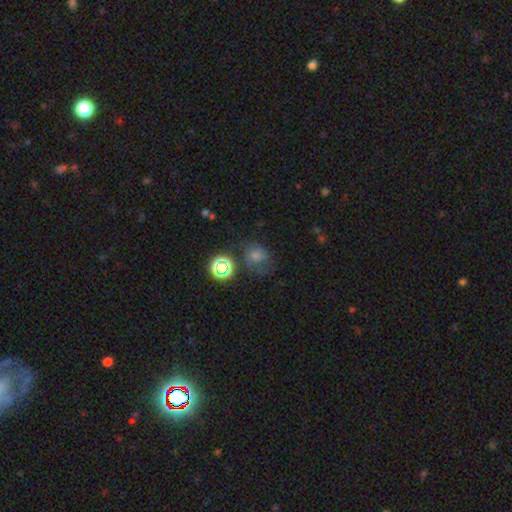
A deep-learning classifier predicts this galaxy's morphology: Smooth or featured: smooth — 47% (star or artifact — 32%)
Merging: none — 54% (minor disturbance — 23%)